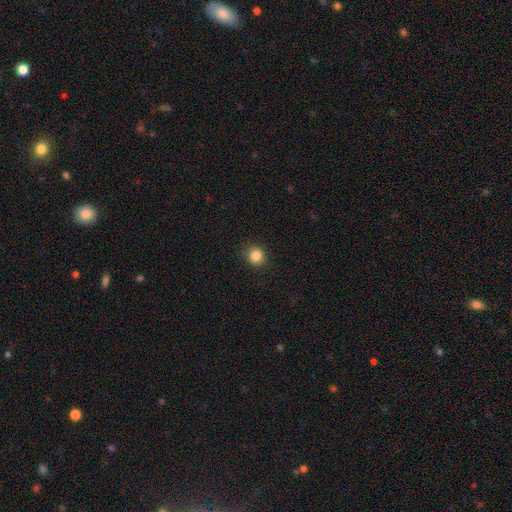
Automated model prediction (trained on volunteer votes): Smooth or featured? Predicted: smooth (p=0.85). How rounded? Predicted: round (p=0.87). Merging? Predicted: none (p=0.89).